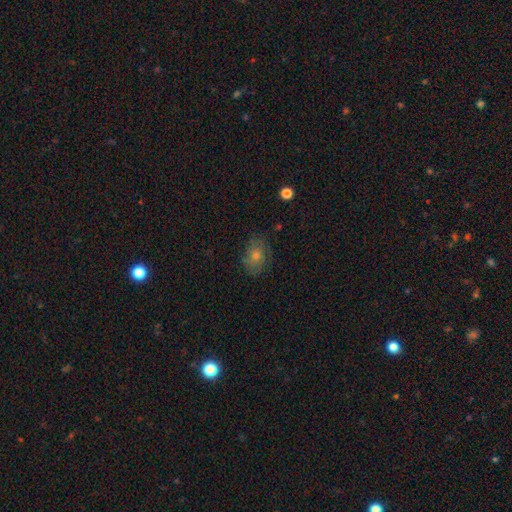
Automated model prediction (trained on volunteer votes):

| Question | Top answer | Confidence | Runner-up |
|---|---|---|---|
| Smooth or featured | smooth | 54% | featured or disk (28%) |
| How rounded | in between | 64% | round (34%) |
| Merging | none | 77% | minor disturbance (16%) |